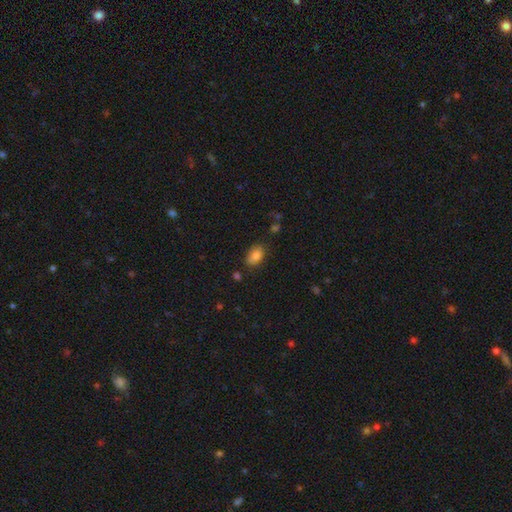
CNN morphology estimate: smooth_or_featured: smooth (p=0.84) [alt: star or artifact p=0.09]
how_rounded: in between (p=0.88) [alt: round p=0.09]
merging: none (p=0.73) [alt: minor disturbance p=0.20]